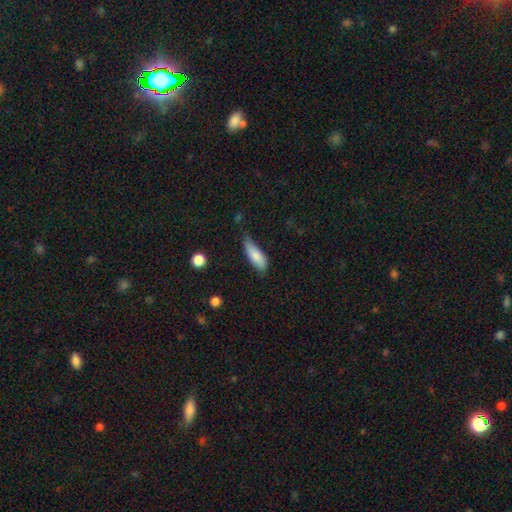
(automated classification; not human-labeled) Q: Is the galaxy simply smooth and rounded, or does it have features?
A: smooth — 79%.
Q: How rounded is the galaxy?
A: in between — 65%.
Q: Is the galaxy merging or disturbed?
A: none — 49%.